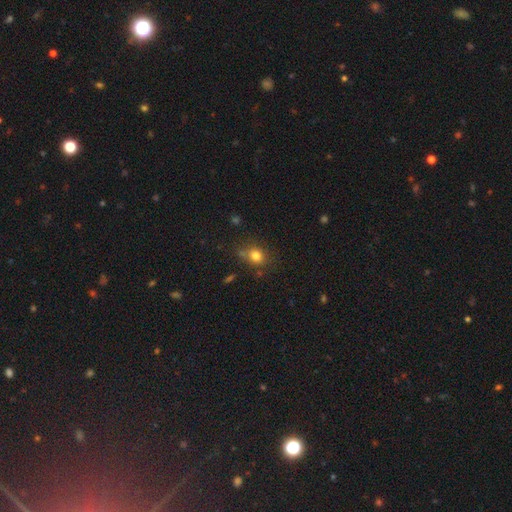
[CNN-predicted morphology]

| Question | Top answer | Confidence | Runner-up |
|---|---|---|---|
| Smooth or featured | smooth | 79% | star or artifact (13%) |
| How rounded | round | 69% | in between (30%) |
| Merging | none | 69% | minor disturbance (18%) |